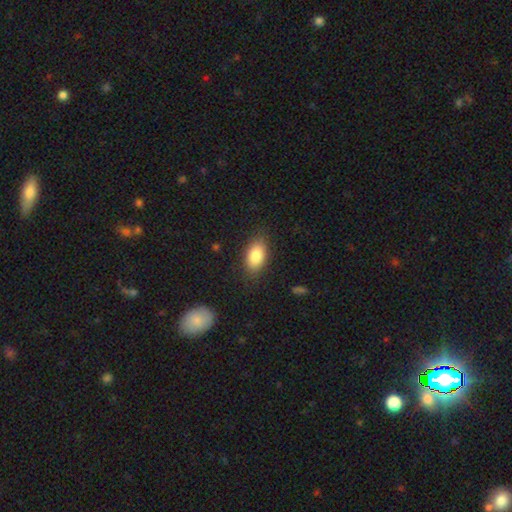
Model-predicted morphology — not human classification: Smooth or featured: smooth — 85% (featured or disk — 8%)
How rounded: in between — 91% (round — 6%)
Merging: none — 84% (minor disturbance — 12%)